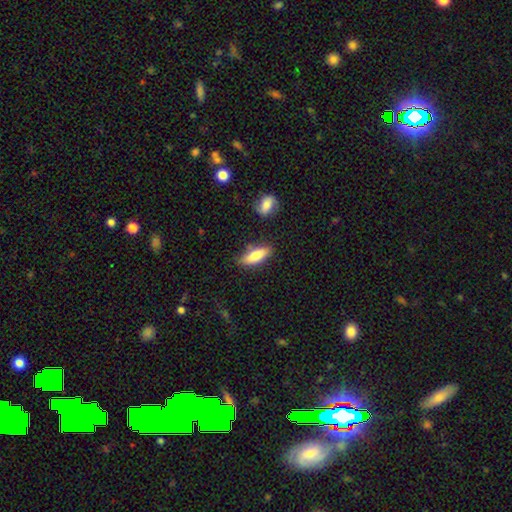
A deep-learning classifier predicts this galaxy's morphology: type=smooth (78%); roundness=in between (60%); merging=none (75%).